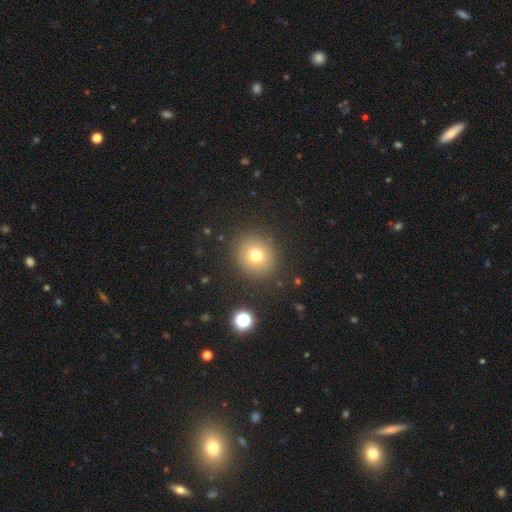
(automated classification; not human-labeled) Morphology: type=smooth (73%); roundness=round (87%); merging=none (88%).